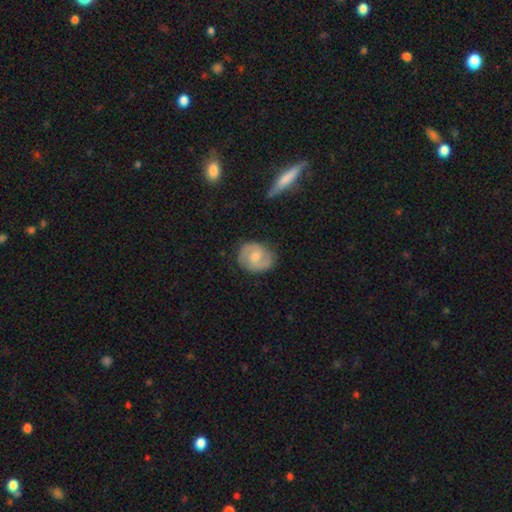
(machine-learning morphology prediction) smooth_or_featured: featured or disk (p=0.63) [alt: smooth p=0.31]
disk_edge_on: no (p=0.96) [alt: yes p=0.04]
bar: no (p=0.56) [alt: weak p=0.36]
has_spiral_arms: yes (p=0.87) [alt: no p=0.13]
spiral_winding: medium (p=0.43) [alt: tight p=0.41]
spiral_arm_count: 2 (p=0.85) [alt: can't tell p=0.09]
bulge_size: moderate (p=0.59) [alt: small p=0.34]
merging: none (p=0.81) [alt: minor disturbance p=0.15]